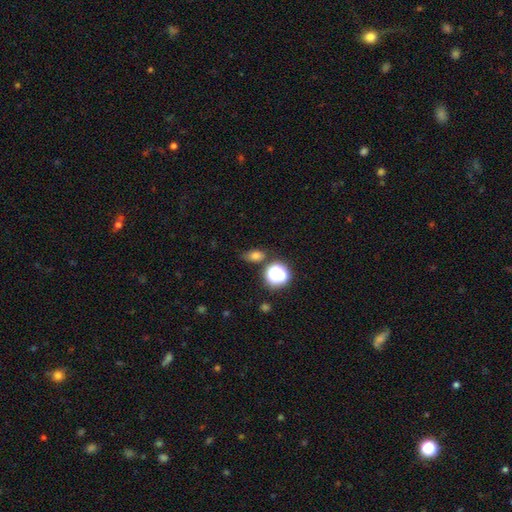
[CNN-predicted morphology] smooth_or_featured: smooth (p=0.72) [alt: star or artifact p=0.20]
how_rounded: in between (p=0.67) [alt: round p=0.30]
merging: none (p=0.67) [alt: minor disturbance p=0.20]